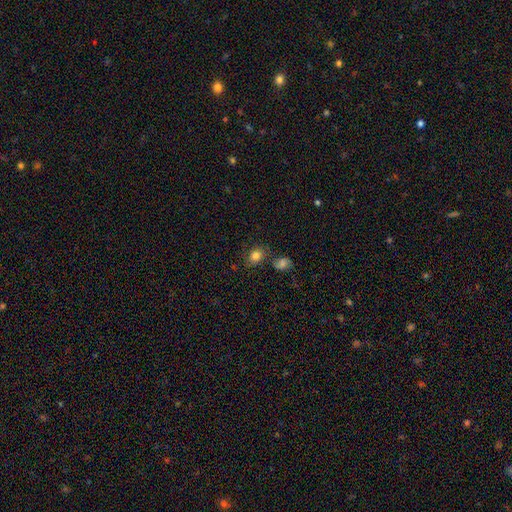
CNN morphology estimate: Smooth or featured? smooth (81%)
How rounded? in between (53%)
Merging? none (69%)